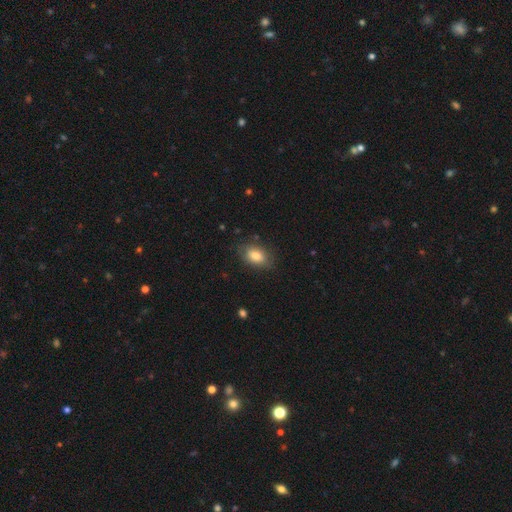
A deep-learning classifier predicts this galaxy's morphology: Smooth or featured? smooth (79%)
How rounded? in between (87%)
Merging? none (78%)